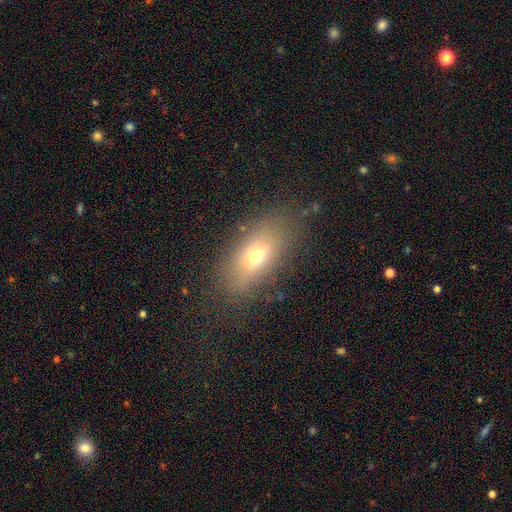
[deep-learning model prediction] Overall: smooth (66%). How rounded: in between (79%). Merging: none (80%).